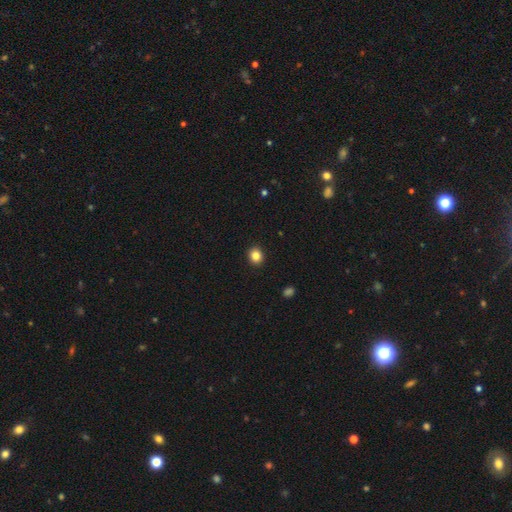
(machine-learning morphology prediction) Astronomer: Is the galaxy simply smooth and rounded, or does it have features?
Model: smooth — 85%.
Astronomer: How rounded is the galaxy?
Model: round — 75%.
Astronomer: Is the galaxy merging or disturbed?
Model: none — 92%.